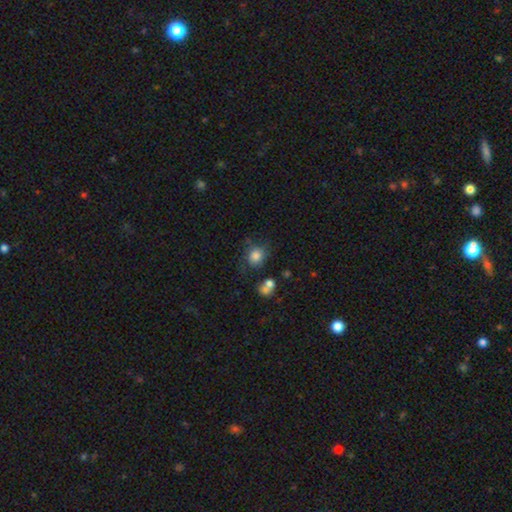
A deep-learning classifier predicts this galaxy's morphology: A smooth galaxy with no disk features (80%) that is round (68%).

Vote fractions:
- Smooth or featured? smooth: 80% / star or artifact: 10% / featured or disk: 10%
- How rounded? round: 68% / in between: 31% / cigar-shaped: 1%
- Merging? none: 60% / minor disturbance: 22% / major disturbance: 10% / merger: 9%